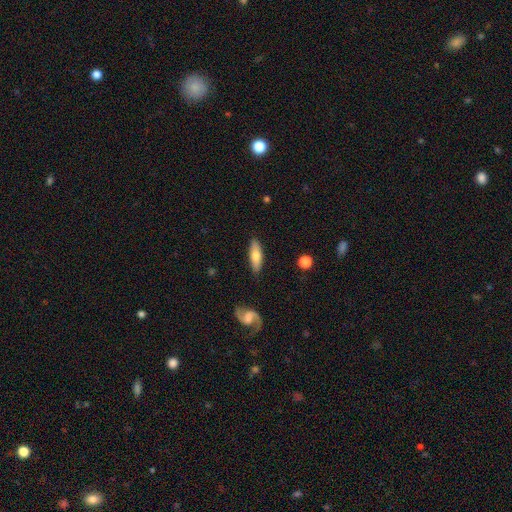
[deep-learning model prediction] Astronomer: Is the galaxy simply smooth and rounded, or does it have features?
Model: smooth — 67%.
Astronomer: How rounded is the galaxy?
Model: in between — 53% (runner-up: cigar-shaped, 44%).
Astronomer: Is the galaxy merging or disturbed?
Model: none — 86%.